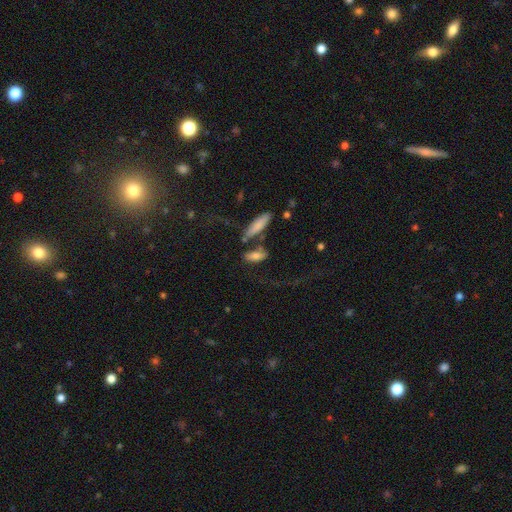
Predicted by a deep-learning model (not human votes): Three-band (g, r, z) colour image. It shows a smooth galaxy with no disk features (71%) that is in between round and cigar-shaped (66%). Merging: none (50%).